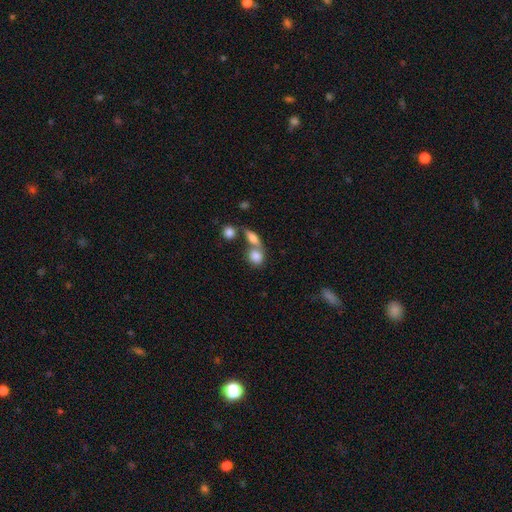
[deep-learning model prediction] smooth_or_featured: smooth (p=0.80) [alt: featured or disk p=0.12]
how_rounded: round (p=0.55) [alt: in between p=0.41]
merging: merger (p=0.48) [alt: none p=0.38]